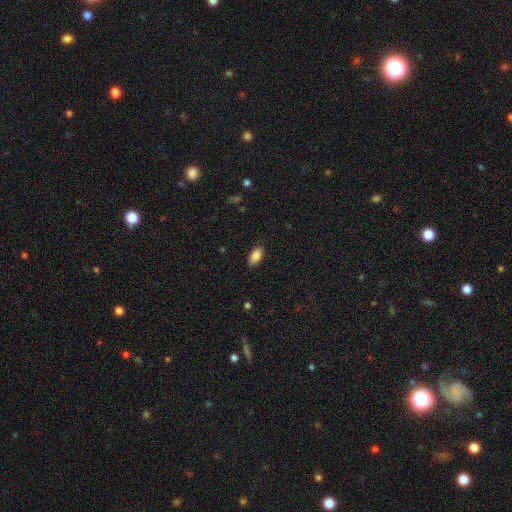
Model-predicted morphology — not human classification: smooth-or-featured: smooth: 86% | star or artifact: 7% | featured or disk: 7%
  how-rounded: in between: 91% | cigar-shaped: 7% | round: 3%
  merging: none: 87% | minor disturbance: 10% | major disturbance: 2% | merger: 1%